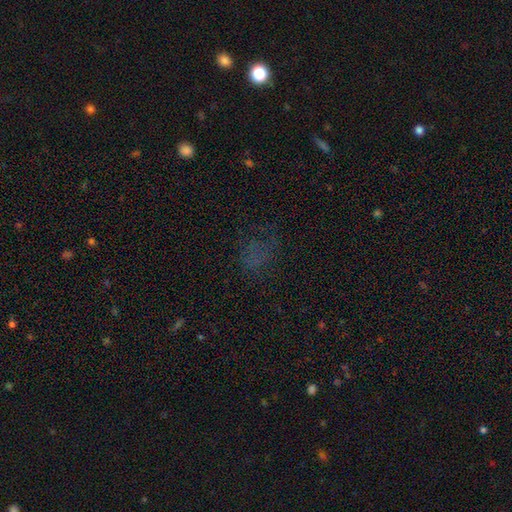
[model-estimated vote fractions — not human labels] Smooth or featured: smooth — 44% (star or artifact — 39%)
Merging: none — 57% (major disturbance — 22%)